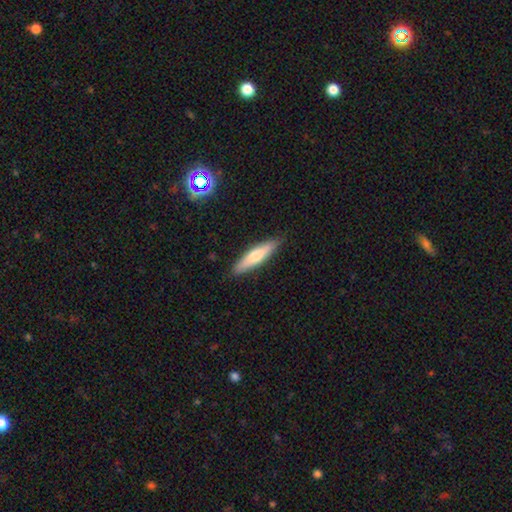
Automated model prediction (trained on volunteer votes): Smooth or featured: smooth — 61% (featured or disk — 33%)
How rounded: cigar-shaped — 73% (in between — 25%)
Merging: none — 88% (minor disturbance — 9%)